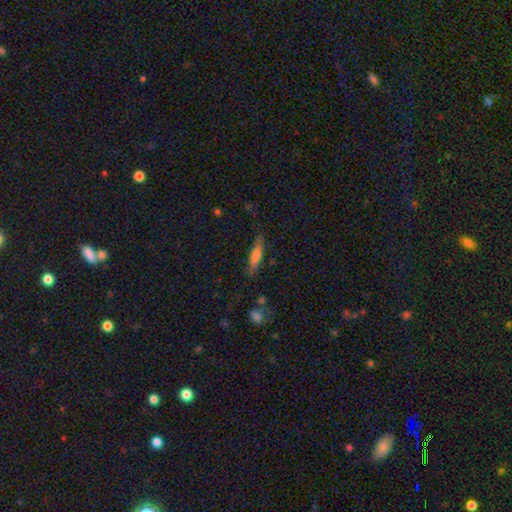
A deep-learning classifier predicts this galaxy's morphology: A smooth galaxy with no disk features (63%) that is cigar-shaped (74%). Merging: none (79%).